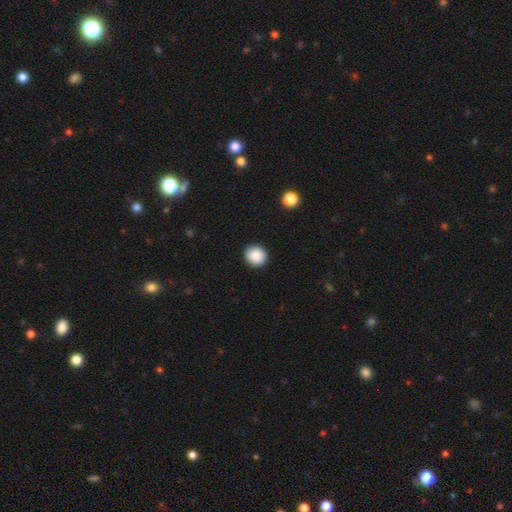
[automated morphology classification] Overall: smooth (88%). How rounded: round (85%). Merging: none (91%).